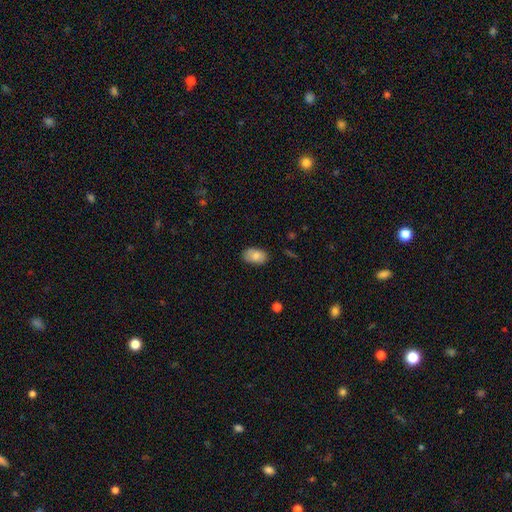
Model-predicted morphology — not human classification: smooth_or_featured: smooth (p=0.82) [alt: featured or disk p=0.10]
how_rounded: in between (p=0.90) [alt: round p=0.09]
merging: none (p=0.77) [alt: minor disturbance p=0.18]